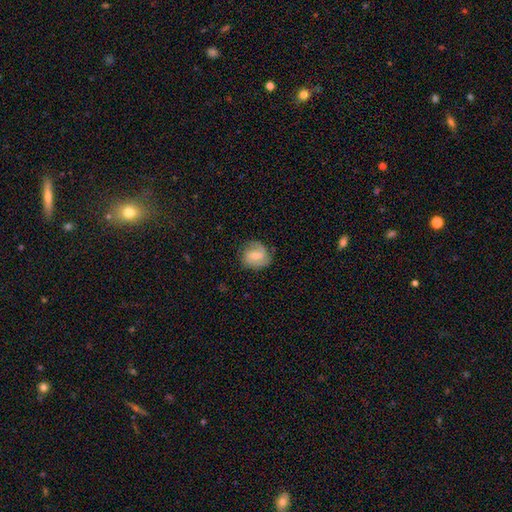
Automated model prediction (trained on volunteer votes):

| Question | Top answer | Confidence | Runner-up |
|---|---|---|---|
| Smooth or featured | smooth | 51% | featured or disk (42%) |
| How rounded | round | 74% | in between (24%) |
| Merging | none | 75% | minor disturbance (18%) |